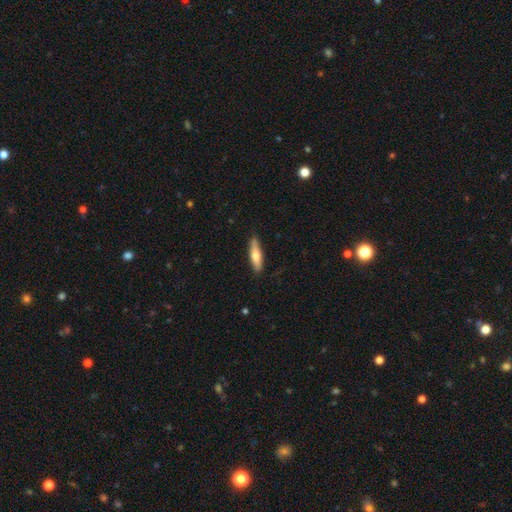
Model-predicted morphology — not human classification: A smooth galaxy with no disk features (61%) that is cigar-shaped (72%).

Vote fractions:
- Smooth or featured? smooth: 61% / featured or disk: 34% / star or artifact: 5%
- How rounded? cigar-shaped: 72% / in between: 26% / round: 2%
- Merging? none: 87% / minor disturbance: 10% / major disturbance: 2% / merger: 1%